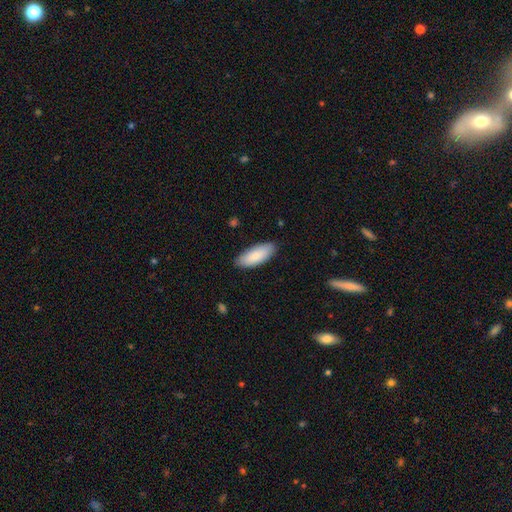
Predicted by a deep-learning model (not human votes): Q: Smooth or featured?
A: smooth (87%); runner-up: featured or disk (8%)
Q: How rounded?
A: in between (79%); runner-up: cigar-shaped (19%)
Q: Merging?
A: none (86%); runner-up: minor disturbance (11%)